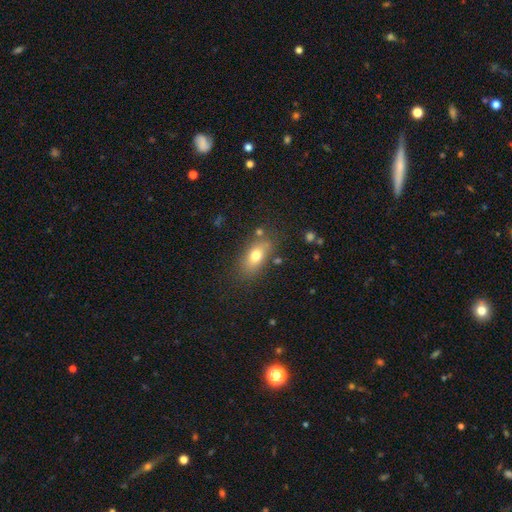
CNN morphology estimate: Smooth or featured? Predicted: smooth (p=0.74). How rounded? Predicted: in between (p=0.81). Merging? Predicted: none (p=0.75).